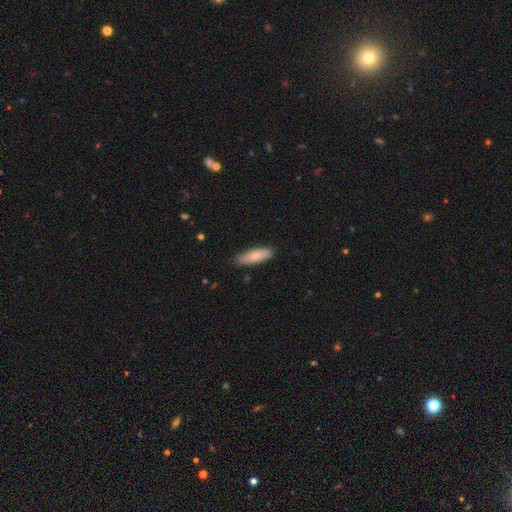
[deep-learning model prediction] smooth_or_featured: smooth (p=0.73) [alt: featured or disk p=0.22]
how_rounded: in between (p=0.54) [alt: cigar-shaped p=0.44]
merging: none (p=0.84) [alt: minor disturbance p=0.13]